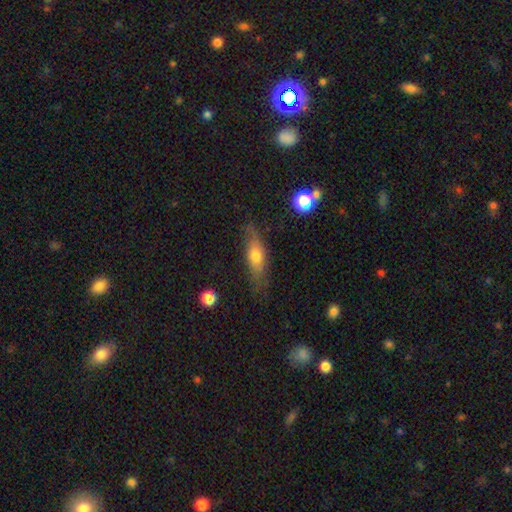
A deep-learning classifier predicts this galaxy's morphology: smooth 59%, featured or disk 33%, star or artifact 8%. Down the decision tree: how rounded — in between (53%); merging — none (71%).